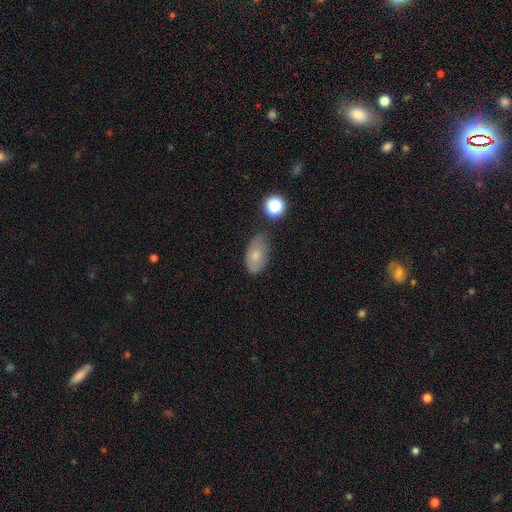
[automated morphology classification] Smooth or featured? smooth (72%)
How rounded? in between (89%)
Merging? none (59%)